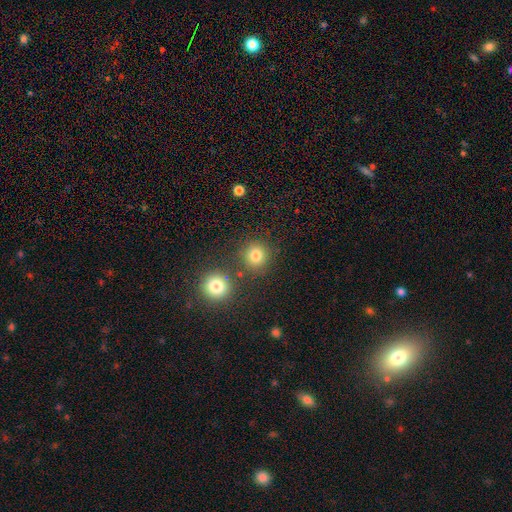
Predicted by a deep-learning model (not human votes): Smooth or featured?
  - smooth: 81% *
  - star or artifact: 14%
  - featured or disk: 6%
How rounded?
  - round: 91% *
  - in between: 8%
  - cigar-shaped: 1%
Merging?
  - none: 80% *
  - merger: 9%
  - minor disturbance: 7%
  - major disturbance: 3%